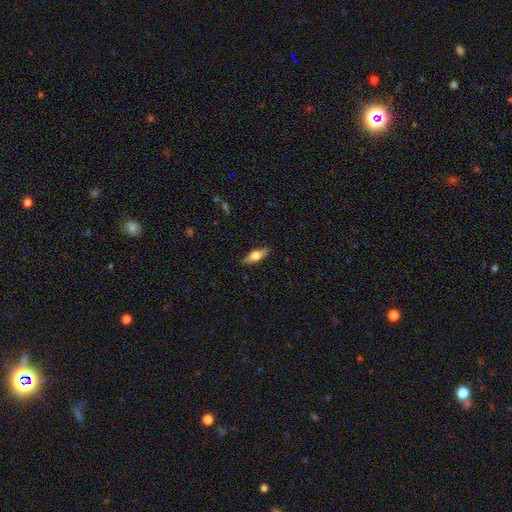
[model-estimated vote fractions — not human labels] This appears to be a smooth galaxy with no disk features (62%) that is in between round and cigar-shaped (57%). Merging: none (88%).